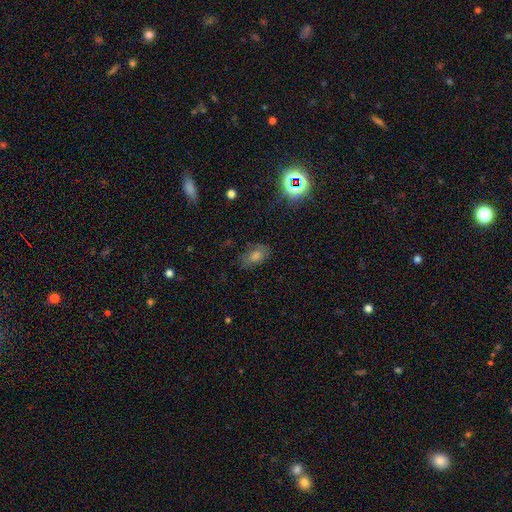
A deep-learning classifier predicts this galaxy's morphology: smooth_or_featured: smooth (p=0.46) [alt: star or artifact p=0.32]
merging: none (p=0.75) [alt: minor disturbance p=0.17]